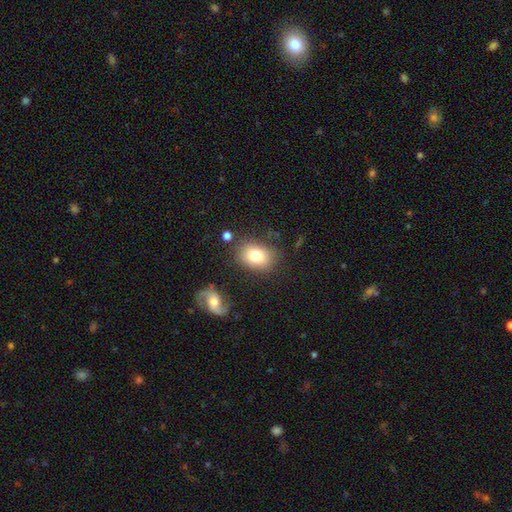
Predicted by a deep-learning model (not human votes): Smooth or featured?
  - smooth: 78% *
  - featured or disk: 13%
  - star or artifact: 9%
How rounded?
  - in between: 67% *
  - round: 31%
  - cigar-shaped: 1%
Merging?
  - none: 78% *
  - minor disturbance: 13%
  - major disturbance: 4%
  - merger: 4%